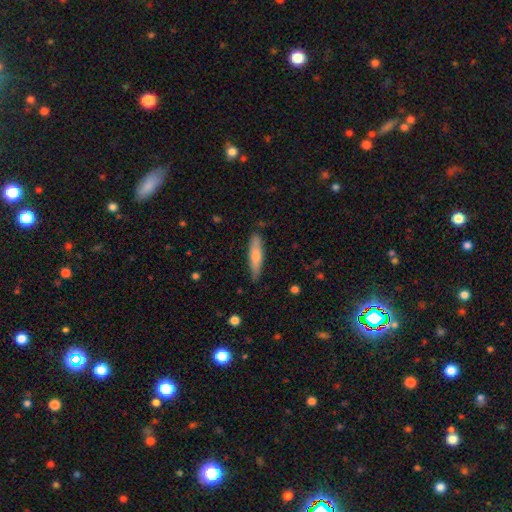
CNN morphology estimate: This appears to be a smooth galaxy with no disk features (61%) that is cigar-shaped (83%). Merging: none (84%).